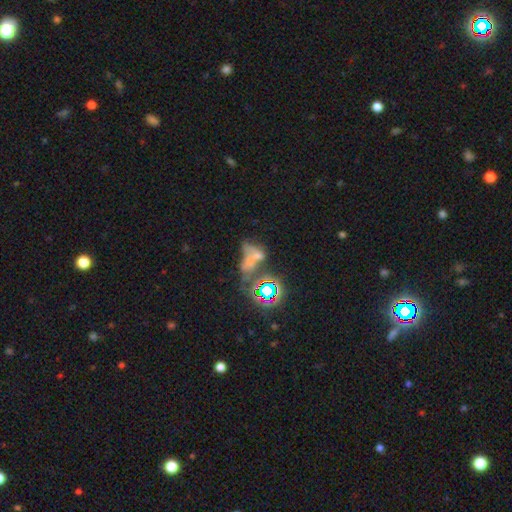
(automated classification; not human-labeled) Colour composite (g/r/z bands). It shows a star or artifact, not a galaxy (38%).